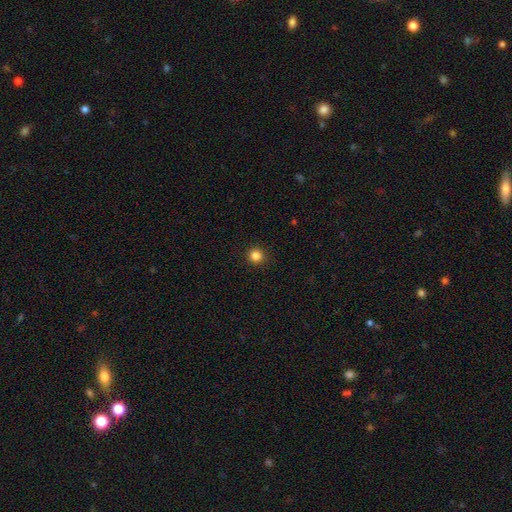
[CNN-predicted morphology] smooth 84%, star or artifact 12%, featured or disk 4%. Down the decision tree: how rounded — round (95%); merging — none (93%).